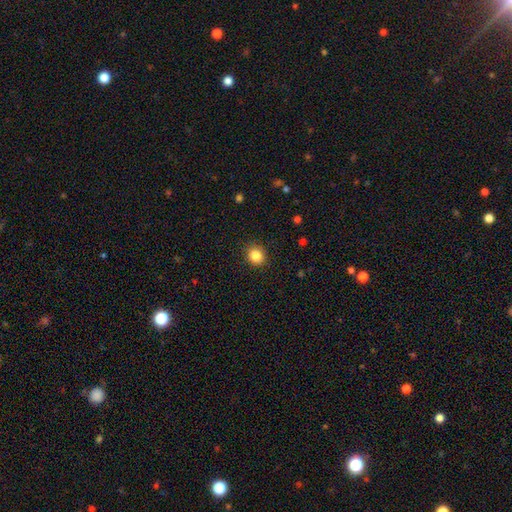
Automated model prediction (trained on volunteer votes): Smooth or featured: smooth — 85% (star or artifact — 11%)
How rounded: round — 79% (in between — 20%)
Merging: none — 89% (minor disturbance — 8%)